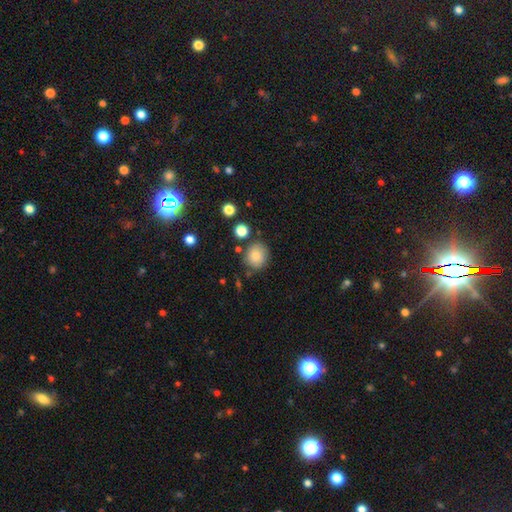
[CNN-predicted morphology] smooth-or-featured: smooth: 85% | star or artifact: 9% | featured or disk: 6%
  how-rounded: round: 76% | in between: 23% | cigar-shaped: 1%
  merging: none: 78% | minor disturbance: 13% | merger: 5% | major disturbance: 4%